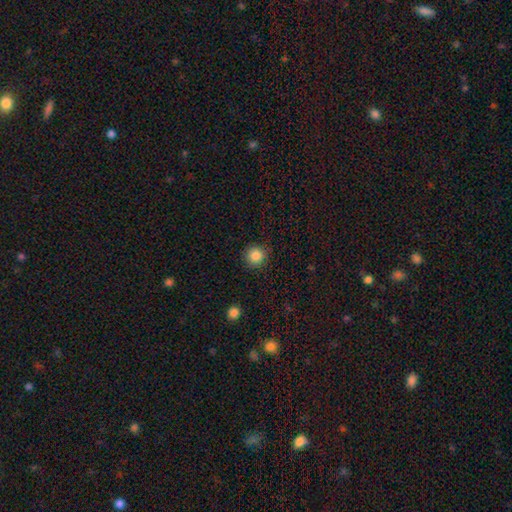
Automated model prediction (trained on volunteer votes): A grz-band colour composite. It shows a smooth galaxy with no disk features (85%) that is round (94%). Merging: none (89%).